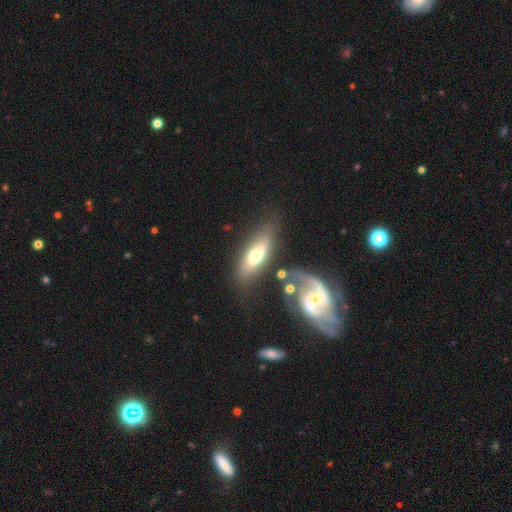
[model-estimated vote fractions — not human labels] This appears to be a smooth galaxy with no disk features (55%) that is in between round and cigar-shaped (65%). Merging: none (61%).